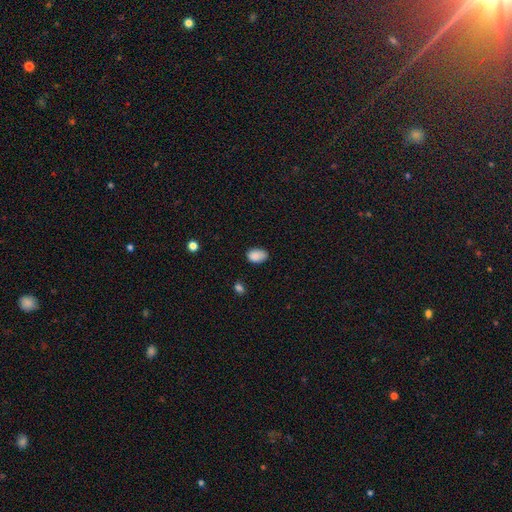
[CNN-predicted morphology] A smooth galaxy with no disk features (87%) that is in between round and cigar-shaped (86%). Merging: none (69%).